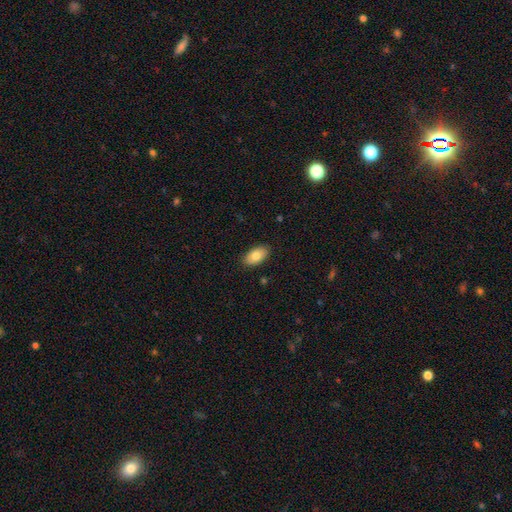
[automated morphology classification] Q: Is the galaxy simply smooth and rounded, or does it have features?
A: smooth — 83%.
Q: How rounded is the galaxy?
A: in between — 94%.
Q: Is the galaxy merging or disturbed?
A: none — 88%.